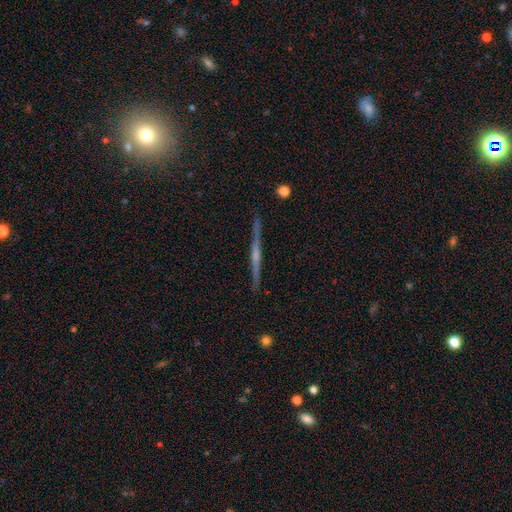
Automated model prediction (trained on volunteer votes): Smooth or featured?
  - featured or disk: 77% *
  - smooth: 17%
  - star or artifact: 6%
Edge-on disk?
  - yes: 98% *
  - no: 2%
Edge-on bulge?
  - rounded: 57% *
  - none: 30%
  - boxy: 12%
Merging?
  - none: 90% *
  - minor disturbance: 7%
  - major disturbance: 1%
  - merger: 1%